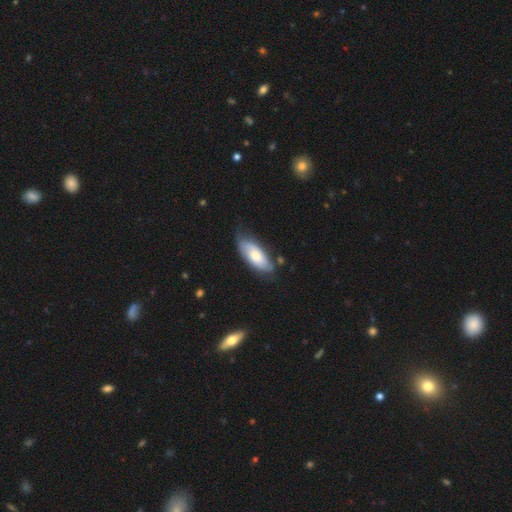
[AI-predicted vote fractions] Smooth or featured? Predicted: smooth (p=0.62). How rounded? Predicted: in between (p=0.82). Merging? Predicted: none (p=0.62).